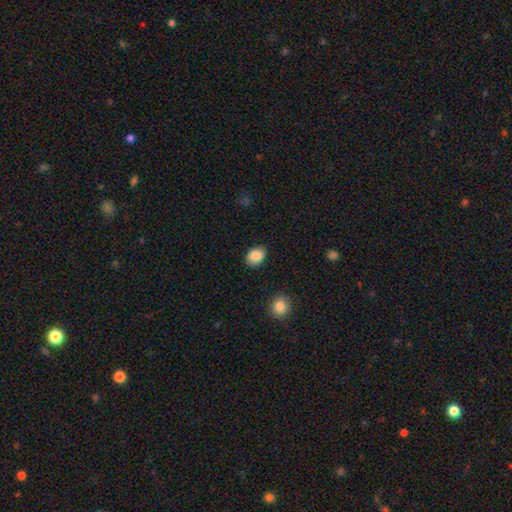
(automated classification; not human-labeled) Smooth or featured: smooth — 88% (star or artifact — 8%)
How rounded: in between — 66% (round — 33%)
Merging: none — 84% (minor disturbance — 12%)